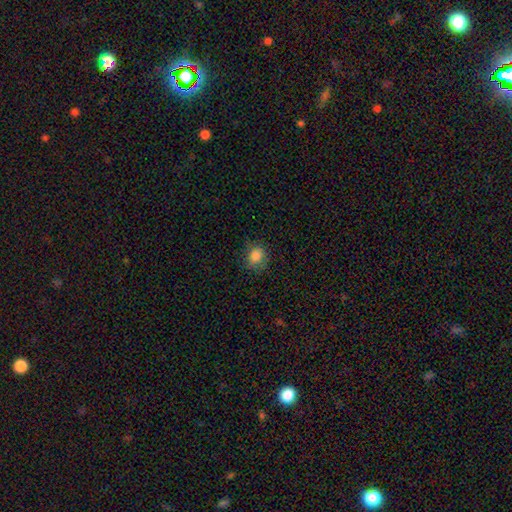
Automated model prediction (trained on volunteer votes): This is clearly a smooth galaxy (85%). How rounded: possibly round (59%). Merging: likely none (77%).